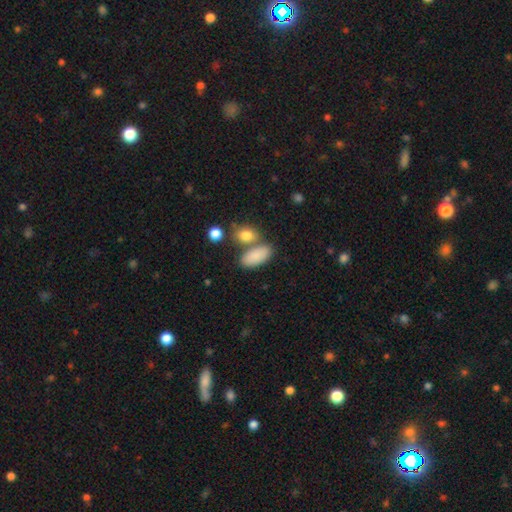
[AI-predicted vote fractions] This appears to be a smooth galaxy with no disk features (86%) that is in between round and cigar-shaped (89%). Merging: none (59%).